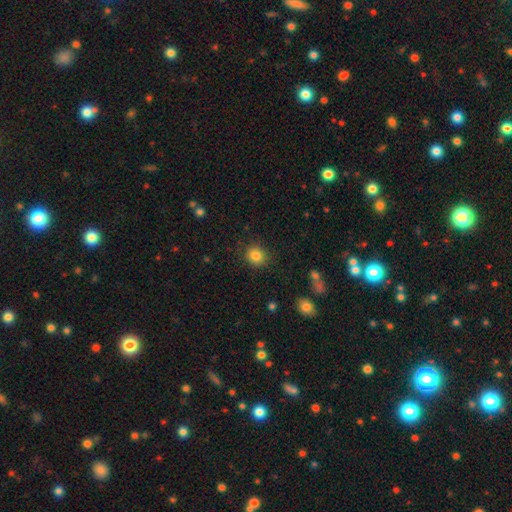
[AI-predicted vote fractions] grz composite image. It shows a smooth galaxy with no disk features (84%) that is round (81%). Merging: none (87%).